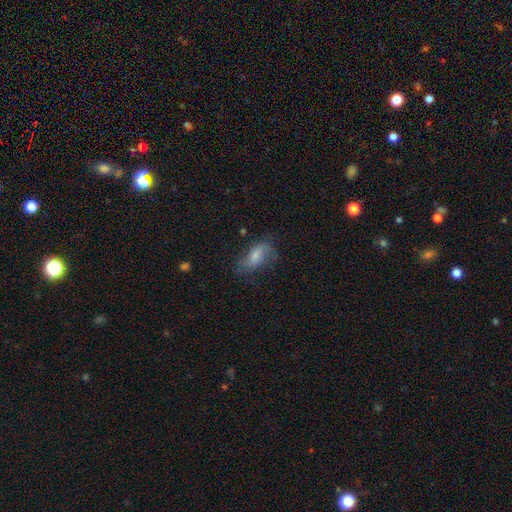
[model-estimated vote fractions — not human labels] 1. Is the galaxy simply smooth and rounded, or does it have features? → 58% smooth, 33% featured or disk, 9% star or artifact.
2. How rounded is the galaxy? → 86% in between, 9% cigar-shaped, 5% round.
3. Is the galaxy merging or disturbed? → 51% none, 28% minor disturbance, 19% major disturbance, 2% merger.